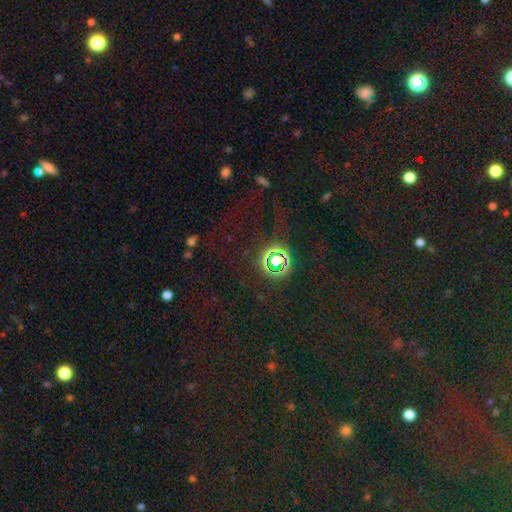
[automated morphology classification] Overall: star or artifact (67%).